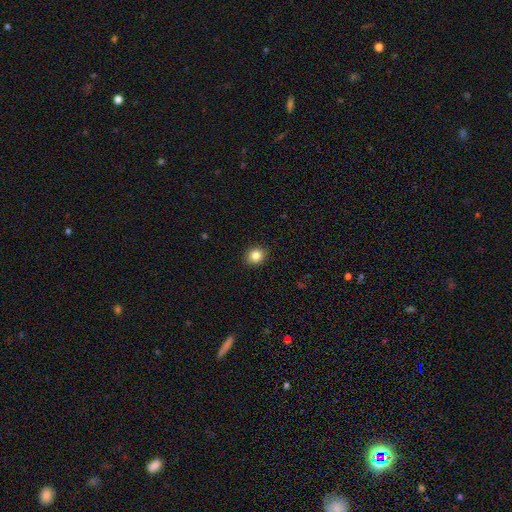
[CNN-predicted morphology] smooth_or_featured: smooth (p=0.84) [alt: star or artifact p=0.10]
how_rounded: round (p=0.75) [alt: in between p=0.24]
merging: none (p=0.91) [alt: minor disturbance p=0.07]